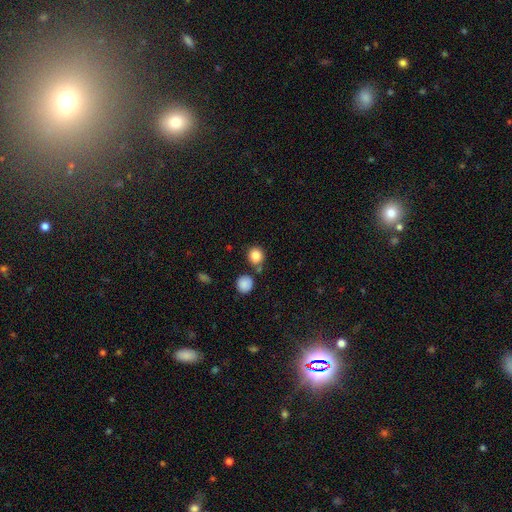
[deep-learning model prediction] Morphology: type=smooth (85%); roundness=round (84%); merging=none (72%).